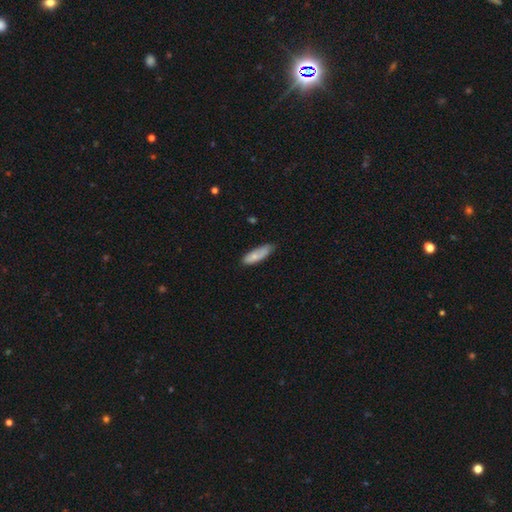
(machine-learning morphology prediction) Q: Smooth or featured?
A: smooth (76%); runner-up: featured or disk (18%)
Q: How rounded?
A: in between (60%); runner-up: cigar-shaped (38%)
Q: Merging?
A: none (60%); runner-up: minor disturbance (32%)